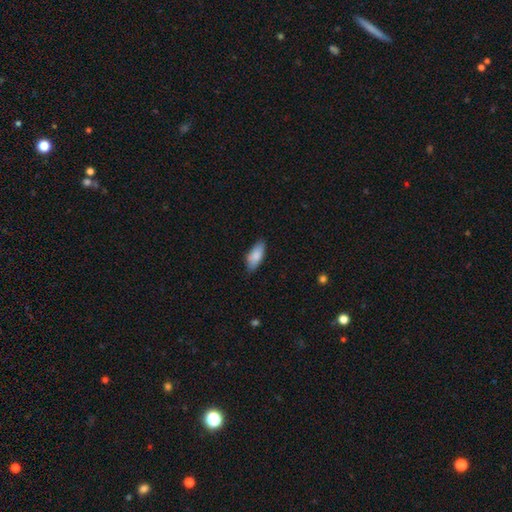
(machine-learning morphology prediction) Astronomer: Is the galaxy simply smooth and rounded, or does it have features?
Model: smooth — 86%.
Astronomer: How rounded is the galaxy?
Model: in between — 83%.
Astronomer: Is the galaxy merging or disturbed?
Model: none — 81%.